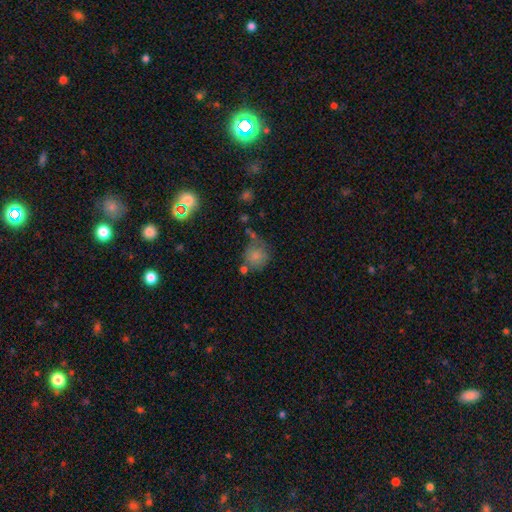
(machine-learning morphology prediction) Smooth or featured?
  - smooth: 77% *
  - featured or disk: 13%
  - star or artifact: 10%
How rounded?
  - round: 80% *
  - in between: 19%
  - cigar-shaped: 1%
Merging?
  - none: 46% *
  - minor disturbance: 24%
  - merger: 16%
  - major disturbance: 14%